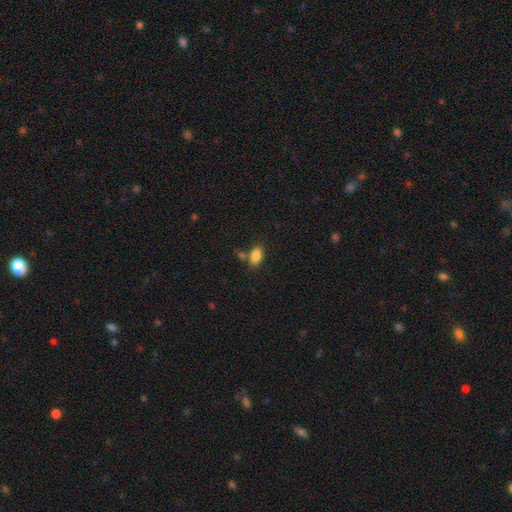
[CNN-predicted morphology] smooth_or_featured: smooth (p=0.85) [alt: star or artifact p=0.09]
how_rounded: in between (p=0.90) [alt: round p=0.07]
merging: none (p=0.71) [alt: merger p=0.13]